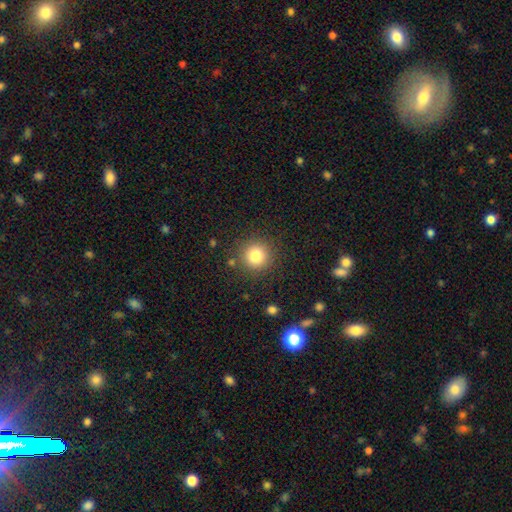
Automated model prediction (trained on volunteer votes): This is clearly a smooth galaxy (80%). How rounded: clearly round (94%). Merging: clearly none (87%).